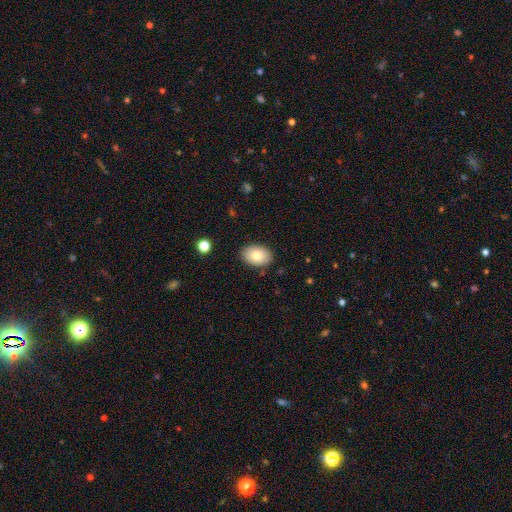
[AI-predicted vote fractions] Smooth or featured? Predicted: smooth (p=0.82). How rounded? Predicted: in between (p=0.84). Merging? Predicted: none (p=0.87).